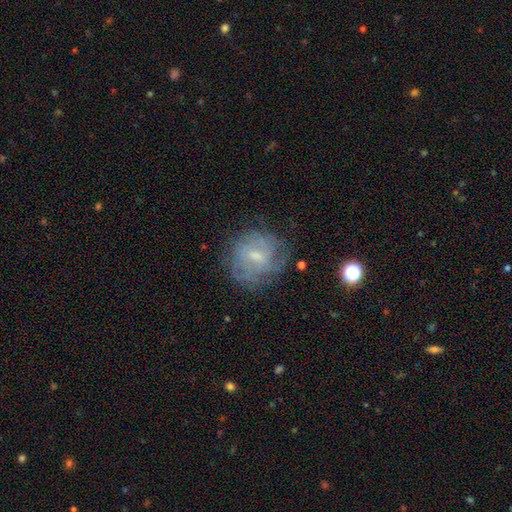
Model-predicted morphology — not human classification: Smooth or featured? Predicted: featured or disk (p=0.59). Edge-on disk? Predicted: no (p=0.97). Bar? Predicted: weak (p=0.52). Spiral arms? Predicted: yes (p=0.63). Bulge size? Predicted: small (p=0.50). Merging? Predicted: none (p=0.64).